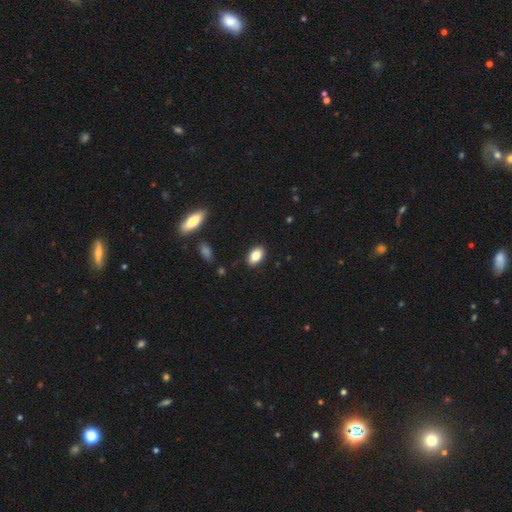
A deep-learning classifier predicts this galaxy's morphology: This is clearly a smooth galaxy (83%). How rounded: clearly in between (89%). Merging: clearly none (89%).